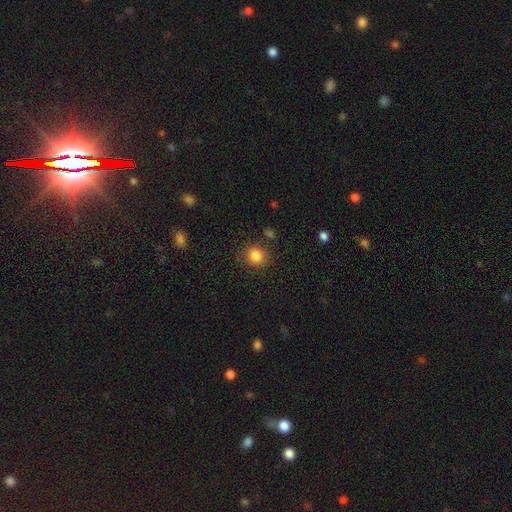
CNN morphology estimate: smooth 84%, star or artifact 11%, featured or disk 5%. Down the decision tree: how rounded — round (89%); merging — none (84%).